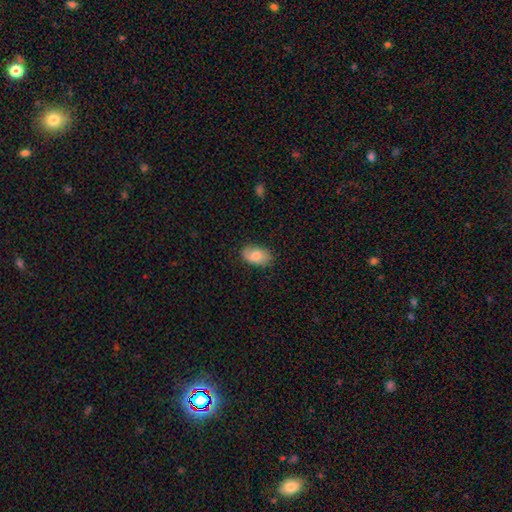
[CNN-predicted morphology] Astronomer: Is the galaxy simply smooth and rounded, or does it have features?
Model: smooth — 81%.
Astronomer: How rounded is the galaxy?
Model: in between — 92%.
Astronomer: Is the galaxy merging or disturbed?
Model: none — 75%.